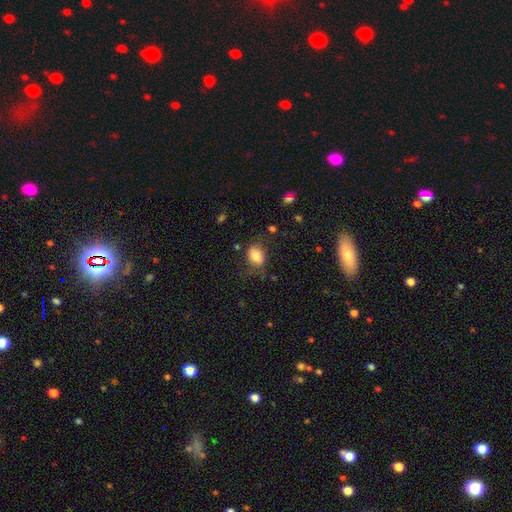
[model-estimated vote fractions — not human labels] A smooth galaxy with no disk features (79%) that is in between round and cigar-shaped (64%).

Vote fractions:
- Smooth or featured? smooth: 79% / featured or disk: 12% / star or artifact: 9%
- How rounded? in between: 64% / round: 34% / cigar-shaped: 1%
- Merging? none: 62% / minor disturbance: 25% / major disturbance: 11% / merger: 2%